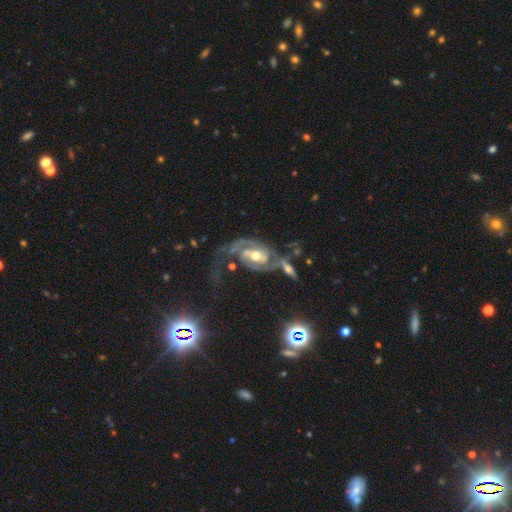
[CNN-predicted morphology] A featured or disk galaxy (89%) with a weak bar (42%), 2 (79%) medium (44%) spiral arms (95%) and a moderate central bulge (71%). Merging: none (31%).